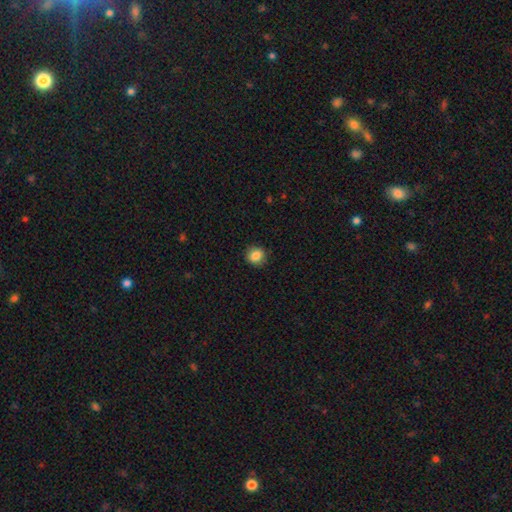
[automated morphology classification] A smooth galaxy with no disk features (85%) that is round (83%).

Vote fractions:
- Smooth or featured? smooth: 85% / star or artifact: 9% / featured or disk: 5%
- How rounded? round: 83% / in between: 16% / cigar-shaped: 1%
- Merging? none: 90% / minor disturbance: 7% / major disturbance: 2% / merger: 1%